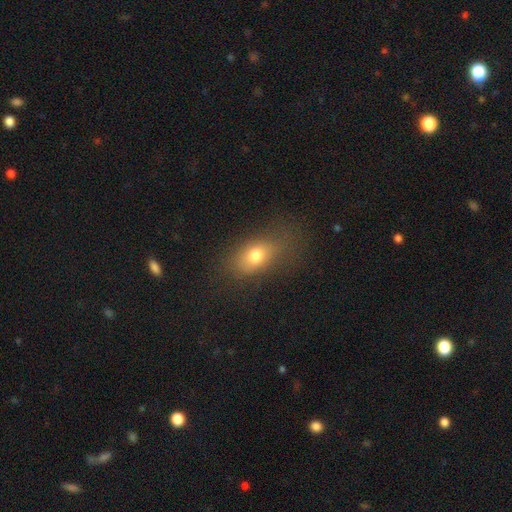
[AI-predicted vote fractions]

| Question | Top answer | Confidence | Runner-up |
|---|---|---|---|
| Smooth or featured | smooth | 73% | featured or disk (14%) |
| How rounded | in between | 79% | round (16%) |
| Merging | none | 67% | minor disturbance (19%) |